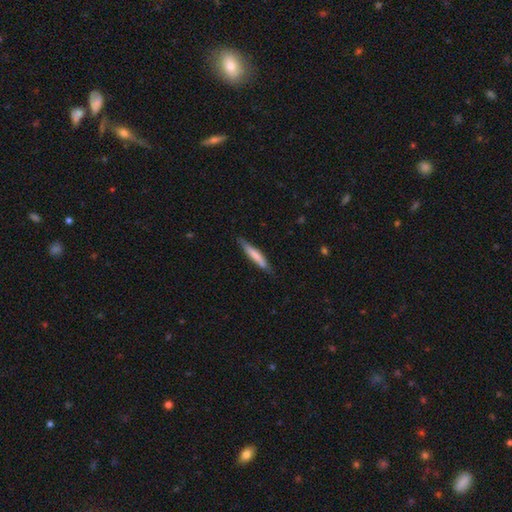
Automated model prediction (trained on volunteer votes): Overall: smooth (67%; featured or disk 27%). How rounded: cigar-shaped (92%). Merging: none (81%).